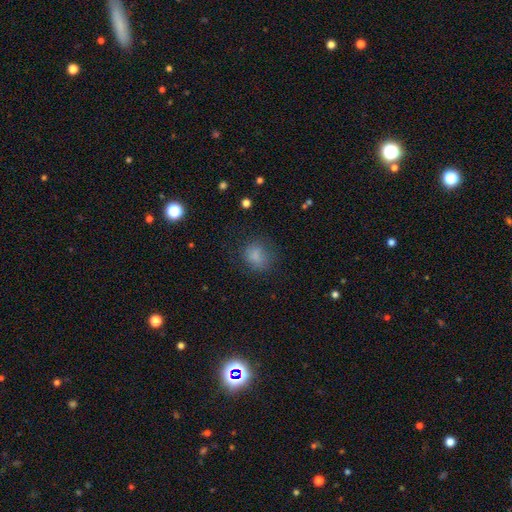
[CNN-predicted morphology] Q: Smooth or featured?
A: smooth (79%); runner-up: star or artifact (13%)
Q: How rounded?
A: round (57%); runner-up: in between (41%)
Q: Merging?
A: none (69%); runner-up: minor disturbance (19%)